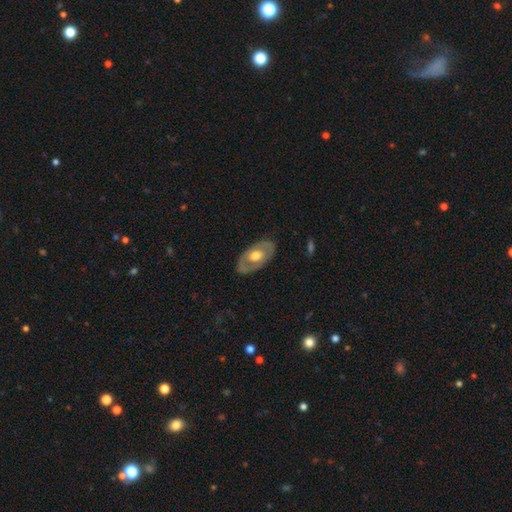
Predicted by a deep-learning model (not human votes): smooth-or-featured: featured or disk: 55% | smooth: 40% | star or artifact: 5%
  disk-edge-on: no: 87% | yes: 13%
  merging: none: 80% | minor disturbance: 15% | major disturbance: 4% | merger: 1%